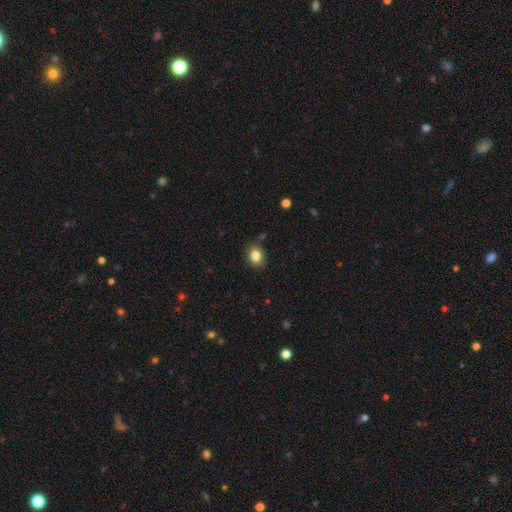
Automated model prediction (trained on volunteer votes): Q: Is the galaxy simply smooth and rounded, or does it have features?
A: smooth — 84%.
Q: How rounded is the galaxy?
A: round — 54%.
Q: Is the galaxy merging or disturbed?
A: none — 84%.